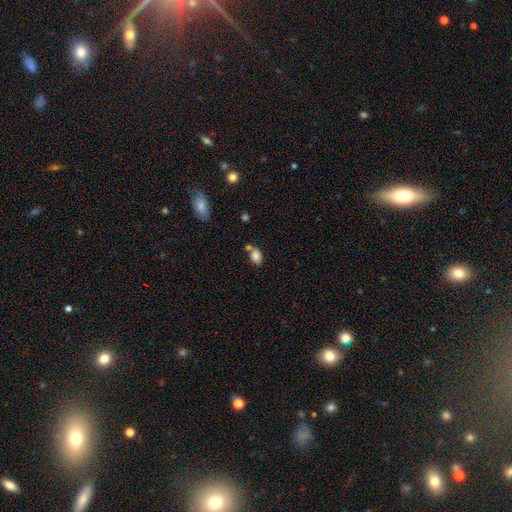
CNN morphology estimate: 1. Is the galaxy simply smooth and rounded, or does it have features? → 84% smooth, 9% star or artifact, 7% featured or disk.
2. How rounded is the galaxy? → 79% in between, 19% round, 1% cigar-shaped.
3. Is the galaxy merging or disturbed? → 55% none, 25% merger, 15% minor disturbance, 5% major disturbance.